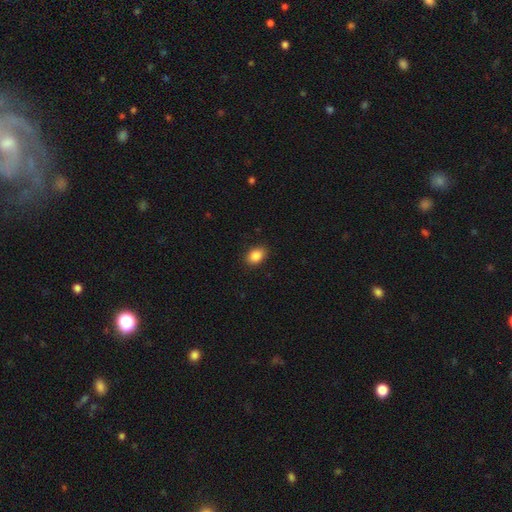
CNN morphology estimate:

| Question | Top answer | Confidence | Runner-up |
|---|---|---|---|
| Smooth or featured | smooth | 88% | star or artifact (8%) |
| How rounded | in between | 77% | round (21%) |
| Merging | none | 87% | minor disturbance (10%) |